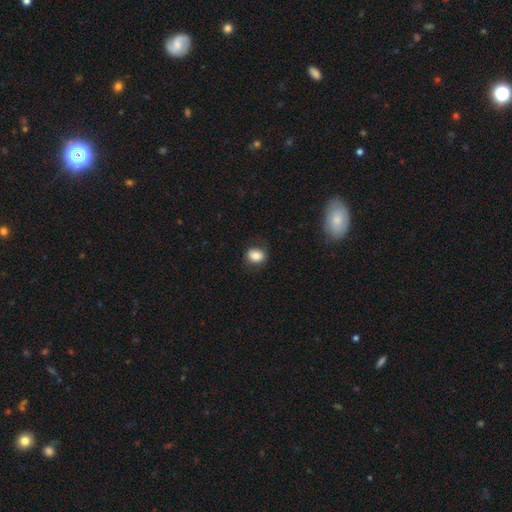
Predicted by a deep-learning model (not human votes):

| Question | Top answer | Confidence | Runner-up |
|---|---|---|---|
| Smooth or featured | smooth | 80% | featured or disk (11%) |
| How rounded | round | 50% | in between (48%) |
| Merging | none | 78% | minor disturbance (15%) |